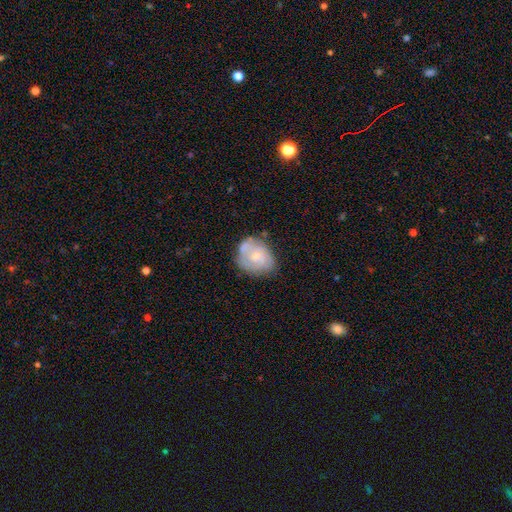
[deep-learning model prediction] The model was most divided on "bulge size": small: 53%, moderate: 37%, none: 6%, large: 2%, dominant: 1%. More confident: edge-on disk — no (97%); bar — no (78%); spiral arms — yes (59%); merging — none (58%); smooth or featured — featured or disk (55%).